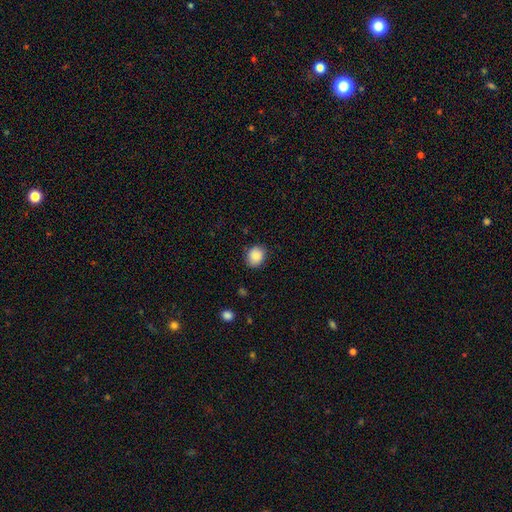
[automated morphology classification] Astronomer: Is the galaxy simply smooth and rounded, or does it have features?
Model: smooth — 87%.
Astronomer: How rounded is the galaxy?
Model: round — 63%.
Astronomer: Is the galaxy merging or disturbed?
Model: none — 84%.